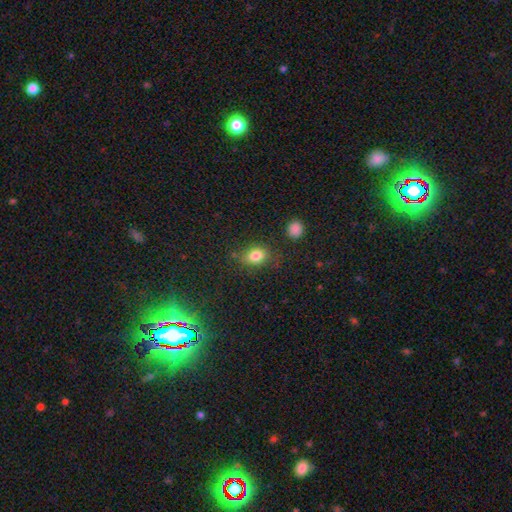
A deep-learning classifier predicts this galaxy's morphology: Overall: smooth (82%). How rounded: in between (63%; round 35%). Merging: none (75%).